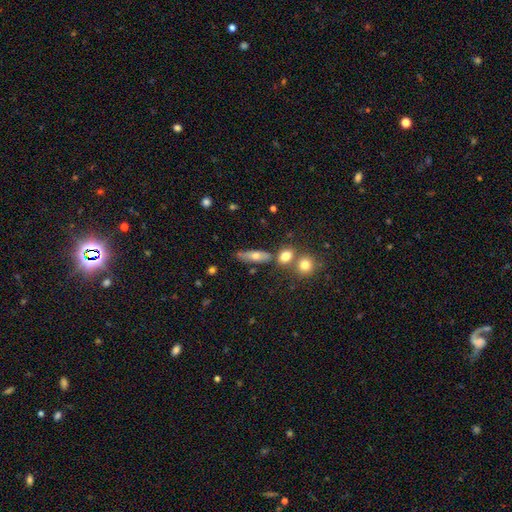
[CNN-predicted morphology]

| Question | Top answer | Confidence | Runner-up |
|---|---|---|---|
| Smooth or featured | smooth | 62% | featured or disk (29%) |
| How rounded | cigar-shaped | 47% | tied: in between (47%) |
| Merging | none | 62% | minor disturbance (17%) |